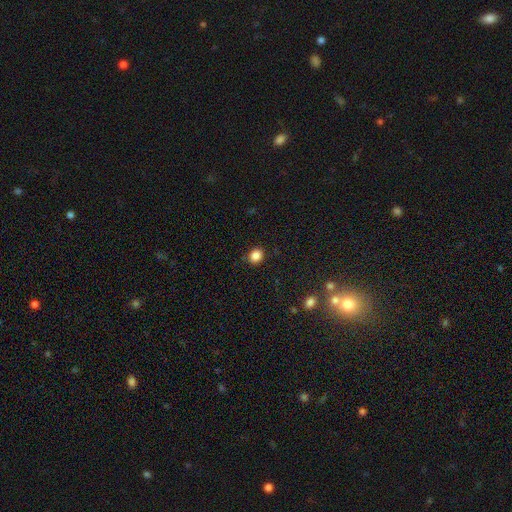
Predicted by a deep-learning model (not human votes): This is clearly a smooth galaxy (86%). How rounded: likely round (69%). Merging: clearly none (88%).